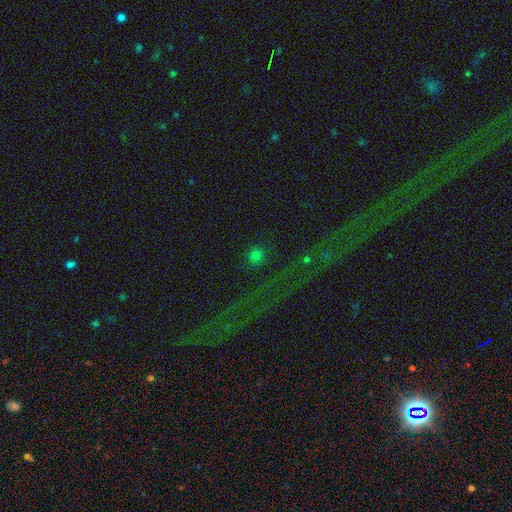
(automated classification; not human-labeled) smooth_or_featured: smooth (p=0.67) [alt: star or artifact p=0.28]
how_rounded: round (p=0.92) [alt: in between p=0.06]
merging: none (p=0.87) [alt: minor disturbance p=0.07]